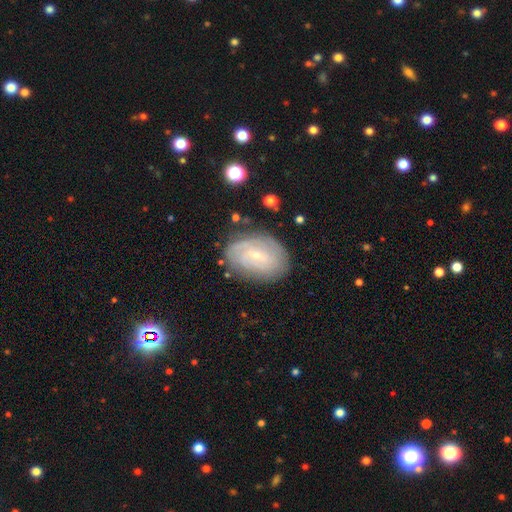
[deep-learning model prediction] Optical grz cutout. It shows a featured or disk galaxy (73%) with no bar (54%), tight (71%) spiral arms (86%) and a small central bulge (78%). Merging: none (78%).